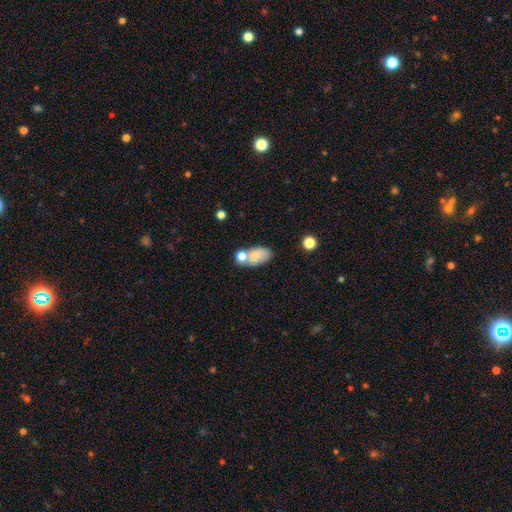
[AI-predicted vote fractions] Smooth or featured?
  - smooth: 72% *
  - featured or disk: 20%
  - star or artifact: 8%
How rounded?
  - in between: 89% *
  - round: 7%
  - cigar-shaped: 3%
Merging?
  - none: 49% *
  - merger: 32%
  - minor disturbance: 15%
  - major disturbance: 5%